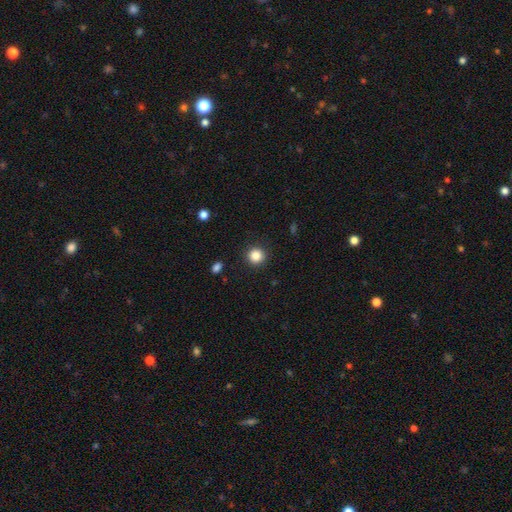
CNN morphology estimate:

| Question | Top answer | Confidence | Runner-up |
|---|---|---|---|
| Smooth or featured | smooth | 86% | star or artifact (10%) |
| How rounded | round | 94% | in between (5%) |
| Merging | none | 91% | minor disturbance (6%) |